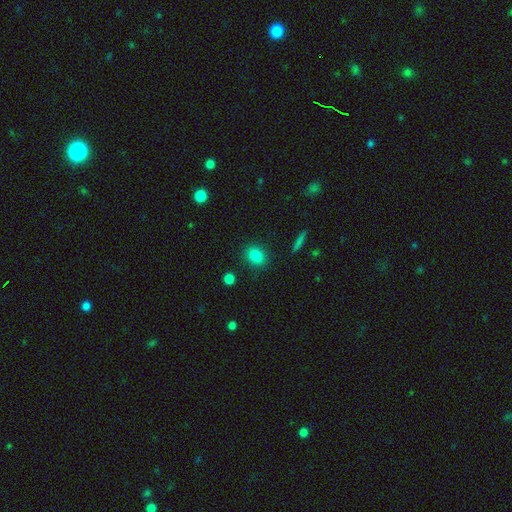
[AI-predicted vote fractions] A smooth galaxy with no disk features (84%) that is in between round and cigar-shaped (50%). Merging: none (87%).